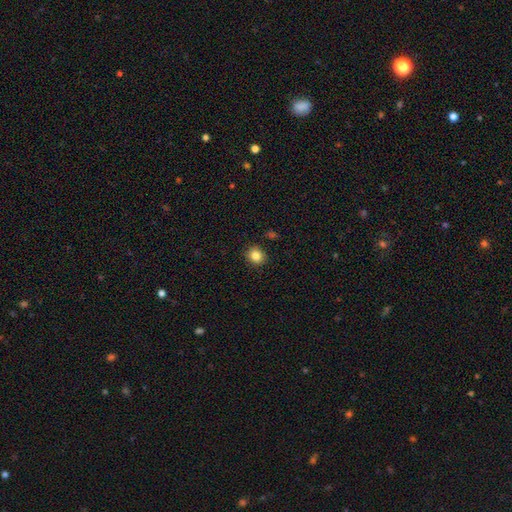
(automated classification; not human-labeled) A smooth galaxy with no disk features (85%) that is round (76%).

Vote fractions:
- Smooth or featured? smooth: 85% / star or artifact: 10% / featured or disk: 5%
- How rounded? round: 76% / in between: 23% / cigar-shaped: 1%
- Merging? none: 89% / minor disturbance: 7% / major disturbance: 2% / merger: 1%